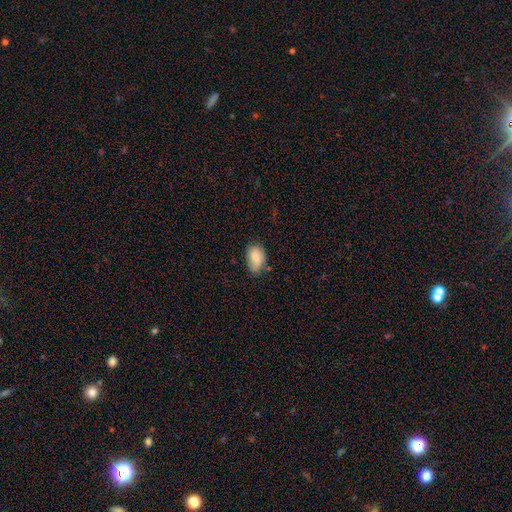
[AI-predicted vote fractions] This is likely a smooth galaxy (74%). How rounded: clearly in between (88%). Merging: likely none (62%).